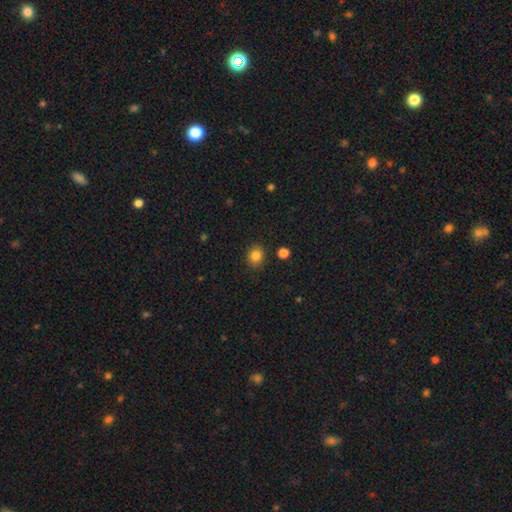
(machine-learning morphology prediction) Smooth or featured? Predicted: smooth (p=0.83). How rounded? Predicted: round (p=0.68). Merging? Predicted: none (p=0.88).